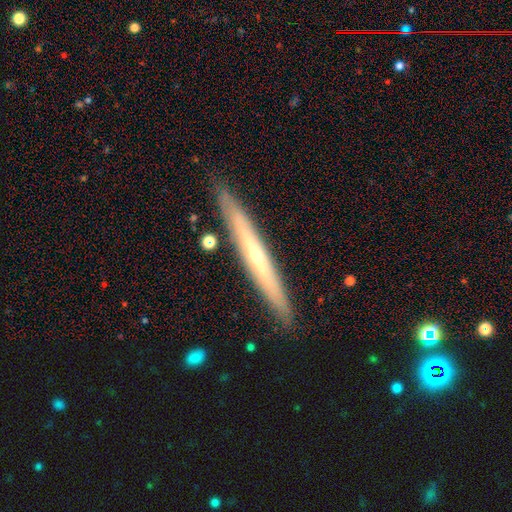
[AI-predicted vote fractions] A featured or disk galaxy (67%) viewed edge-on (92%) with a rounded central bulge (63%). Merging: none (89%).